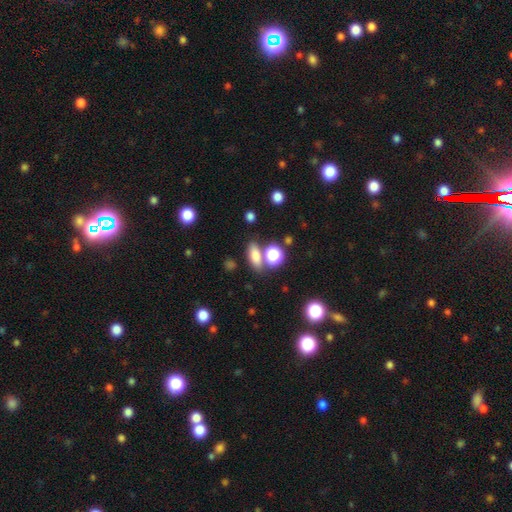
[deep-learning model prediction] smooth-or-featured: smooth: 74% | star or artifact: 14% | featured or disk: 12%
  how-rounded: in between: 67% | cigar-shaped: 17% | round: 16%
  merging: none: 68% | merger: 17% | minor disturbance: 11% | major disturbance: 4%